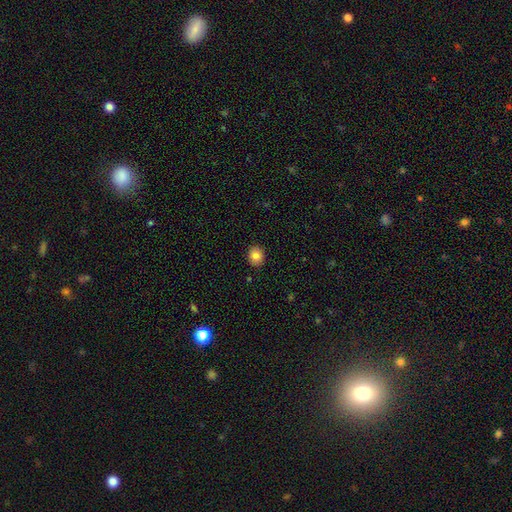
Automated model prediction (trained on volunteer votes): Smooth or featured: smooth — 84% (star or artifact — 9%)
How rounded: round — 68% (in between — 31%)
Merging: none — 90% (minor disturbance — 7%)